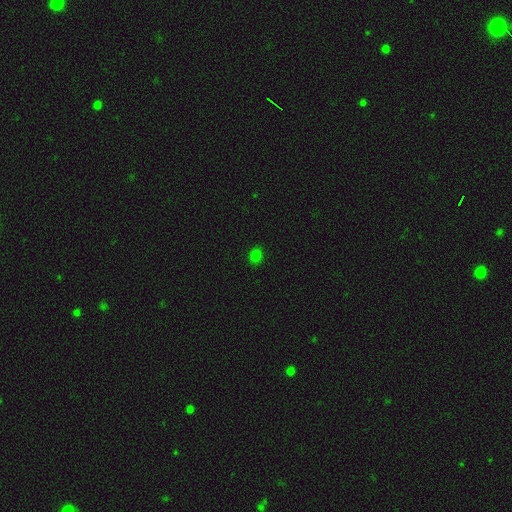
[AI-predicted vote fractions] A smooth galaxy with no disk features (79%) that is round (56%). Merging: none (89%).